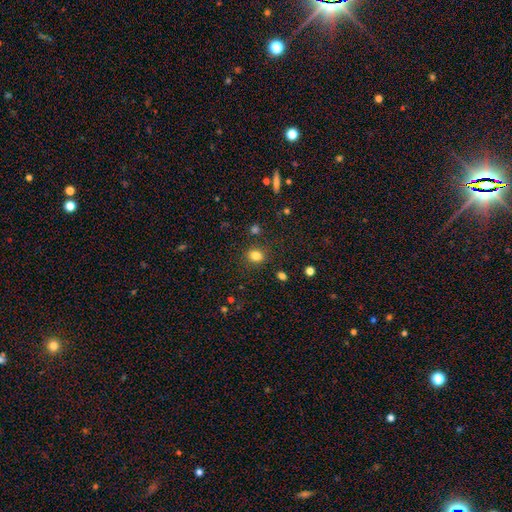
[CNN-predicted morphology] Smooth or featured? smooth (82%)
How rounded? round (54%)
Merging? none (83%)